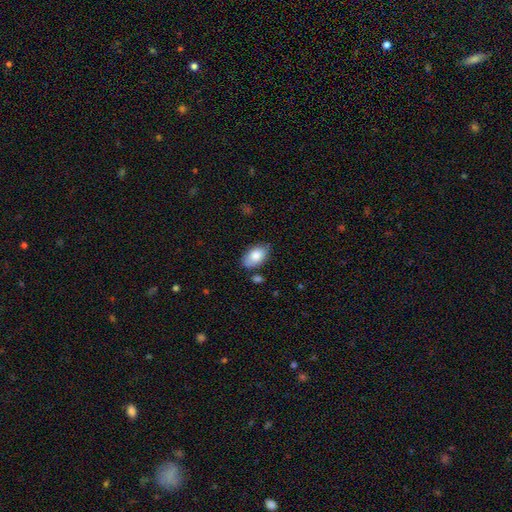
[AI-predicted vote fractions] The model was most divided on "merging": none: 74%, minor disturbance: 18%, merger: 4%, major disturbance: 3%. More confident: how rounded — in between (93%); smooth or featured — smooth (82%).